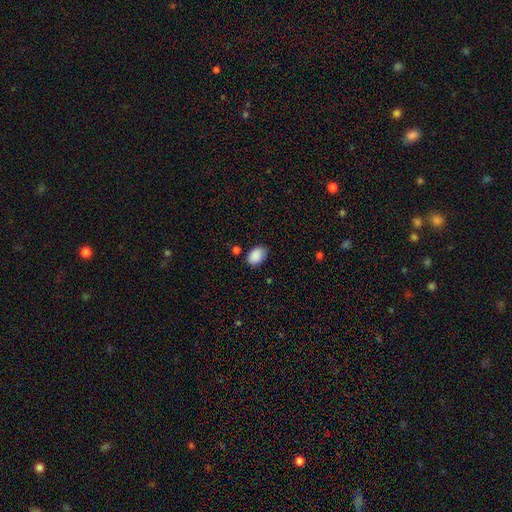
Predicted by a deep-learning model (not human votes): This appears to be a smooth galaxy with no disk features (89%) that is in between round and cigar-shaped (84%). Merging: none (79%).